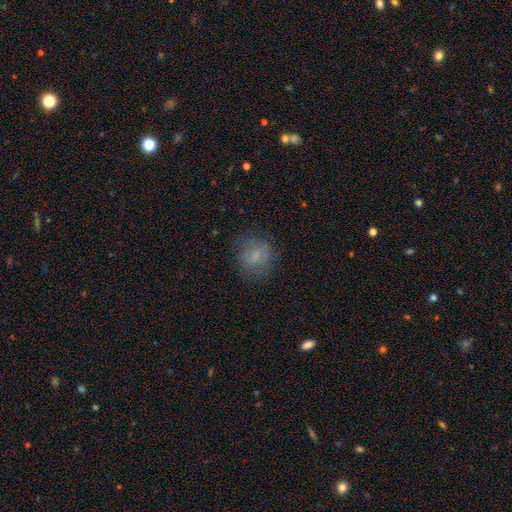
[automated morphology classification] smooth-or-featured: smooth: 71% | featured or disk: 17% | star or artifact: 12%
  how-rounded: round: 74% | in between: 25% | cigar-shaped: 1%
  merging: none: 70% | minor disturbance: 18% | major disturbance: 11% | merger: 1%